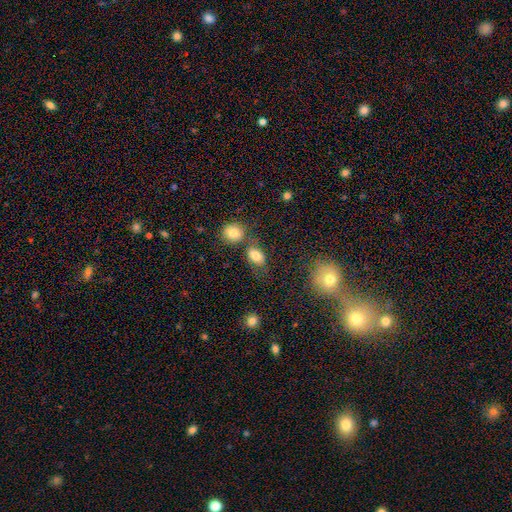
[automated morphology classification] A smooth galaxy with no disk features (81%) that is in between round and cigar-shaped (82%). Merging: none (61%).